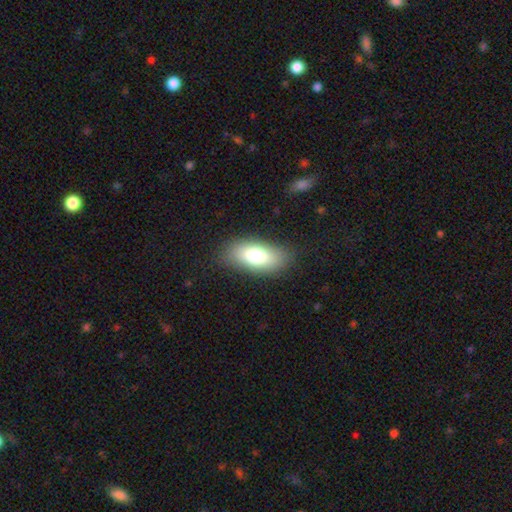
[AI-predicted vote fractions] smooth-or-featured: smooth: 74% | featured or disk: 18% | star or artifact: 8%
  how-rounded: in between: 86% | cigar-shaped: 10% | round: 5%
  merging: none: 84% | minor disturbance: 11% | major disturbance: 4% | merger: 1%